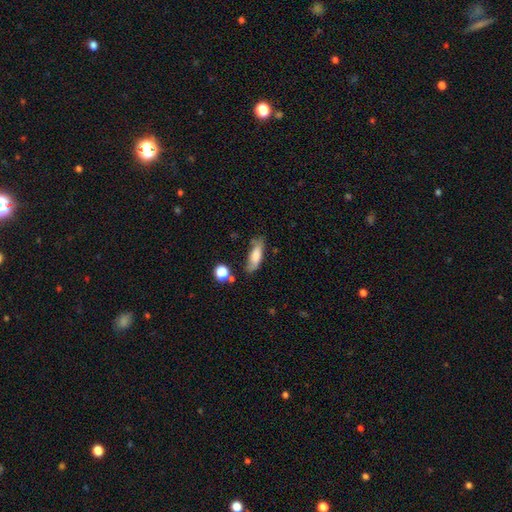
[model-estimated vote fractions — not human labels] Smooth or featured? smooth (73%)
How rounded? in between (61%)
Merging? none (57%)